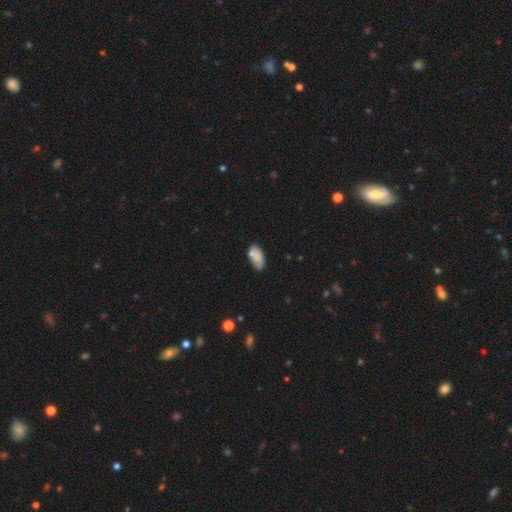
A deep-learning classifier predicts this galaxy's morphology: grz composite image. It shows a smooth galaxy with no disk features (80%) that is in between round and cigar-shaped (93%). Merging: none (61%).